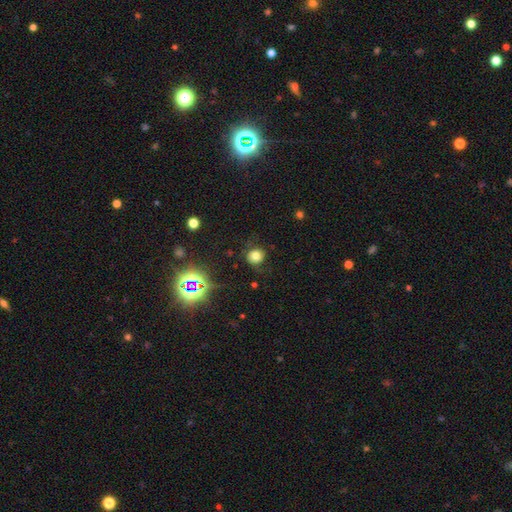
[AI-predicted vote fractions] Overall: smooth (70%). How rounded: round (85%). Merging: none (75%).